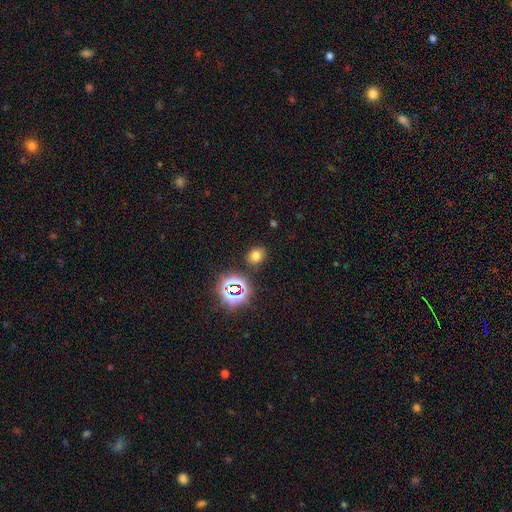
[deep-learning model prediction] smooth 67%, star or artifact 26%, featured or disk 7%. Down the decision tree: how rounded — round (56%); merging — none (83%).